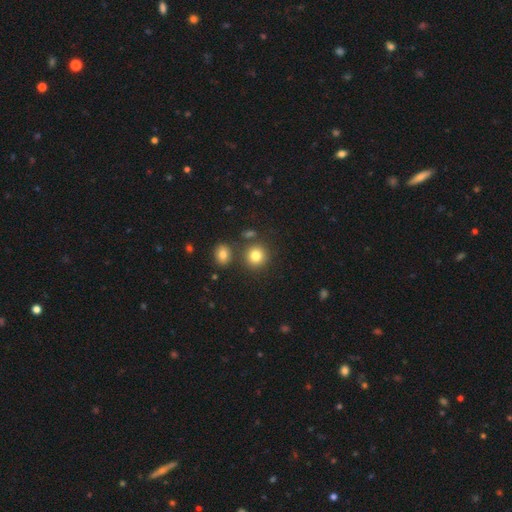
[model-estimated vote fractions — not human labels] The model was most divided on "merging": none: 78%, merger: 10%, minor disturbance: 8%, major disturbance: 3%. More confident: how rounded — round (87%); smooth or featured — smooth (82%).